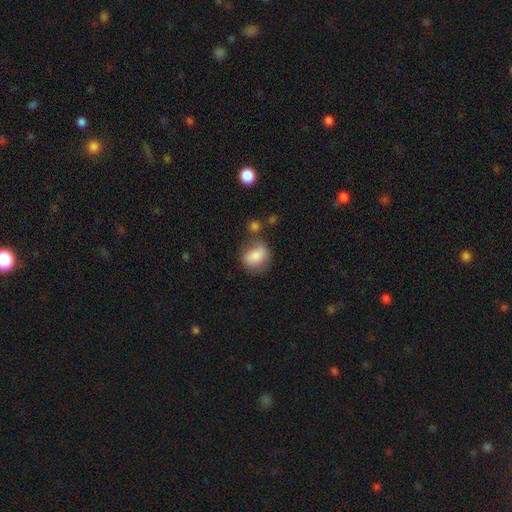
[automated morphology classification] This is likely a smooth galaxy (80%). How rounded: possibly in between (52%). Merging: possibly none (50%).